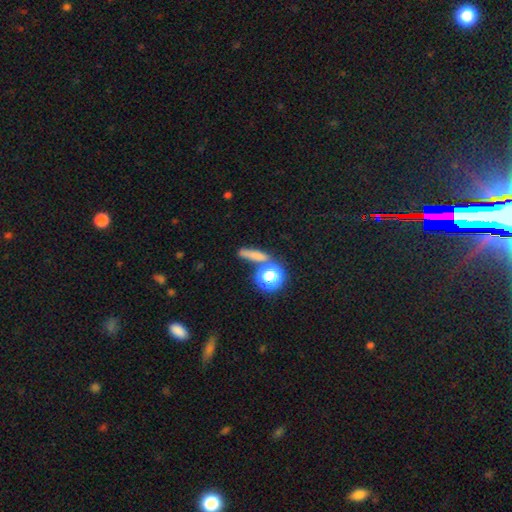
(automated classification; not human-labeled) Morphology: type=smooth (68%); roundness=cigar-shaped (49%); merging=none (69%).